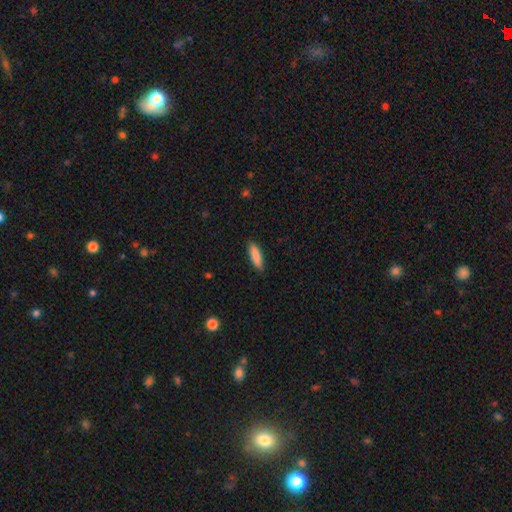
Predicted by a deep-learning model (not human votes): smooth 85%, featured or disk 9%, star or artifact 6%. Down the decision tree: how rounded — cigar-shaped (53%); merging — none (88%).